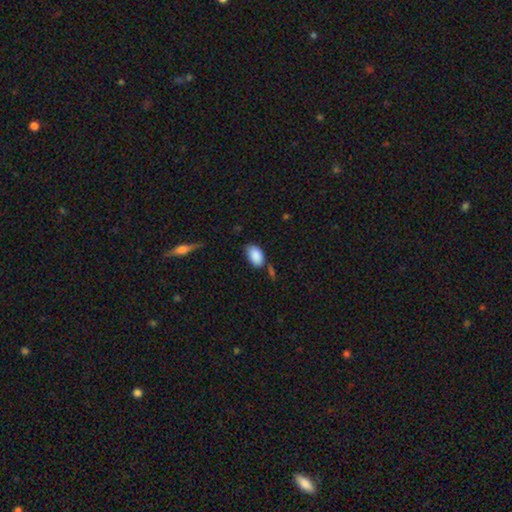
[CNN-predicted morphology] A smooth galaxy with no disk features (89%) that is in between round and cigar-shaped (93%). Merging: none (66%).